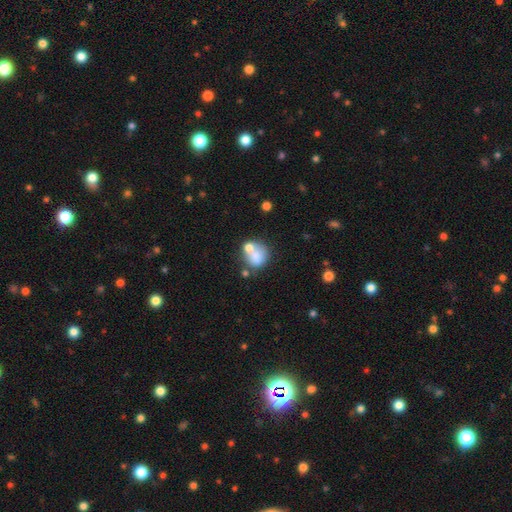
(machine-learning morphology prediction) Q: Smooth or featured?
A: smooth (68%); runner-up: featured or disk (21%)
Q: How rounded?
A: round (65%); runner-up: in between (34%)
Q: Merging?
A: merger (41%); runner-up: none (36%)